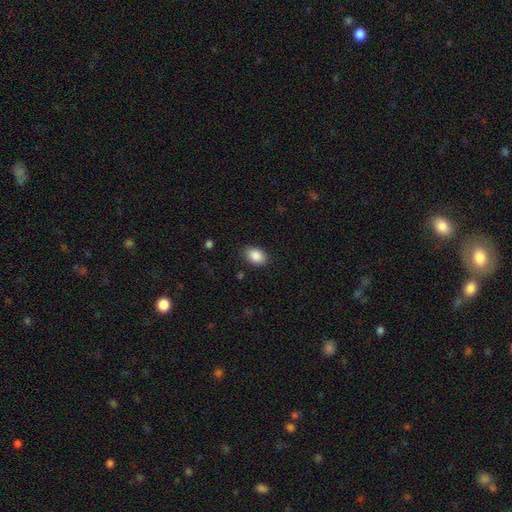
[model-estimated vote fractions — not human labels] This appears to be a smooth galaxy with no disk features (88%) that is in between round and cigar-shaped (83%). Merging: none (86%).